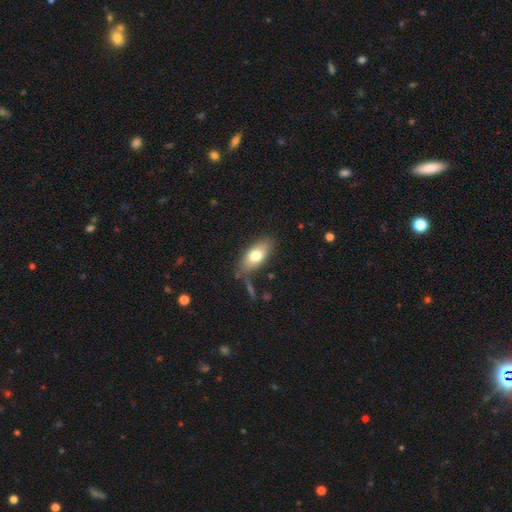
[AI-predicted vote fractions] Smooth or featured? smooth (75%)
How rounded? in between (87%)
Merging? none (73%)